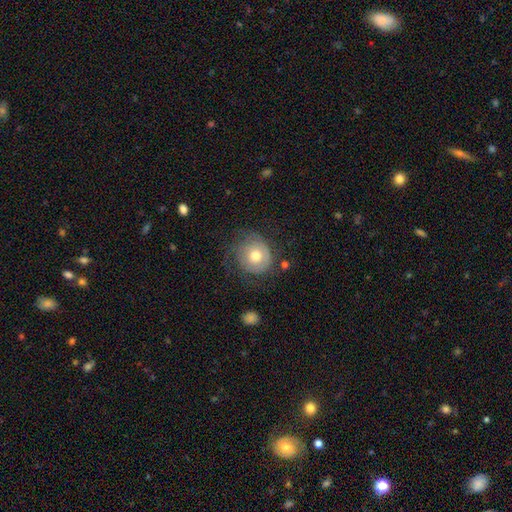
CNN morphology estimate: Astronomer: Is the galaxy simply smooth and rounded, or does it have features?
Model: smooth — 54% (runner-up: featured or disk, 38%).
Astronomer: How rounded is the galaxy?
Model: round — 84%.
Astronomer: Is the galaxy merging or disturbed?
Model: none — 53%.